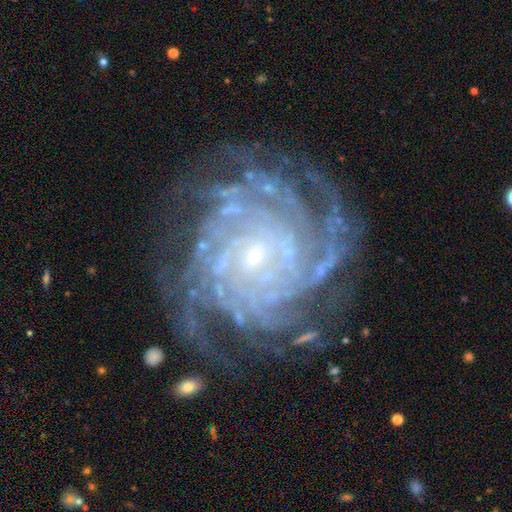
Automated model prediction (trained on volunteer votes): Smooth or featured? featured or disk (92%)
Edge-on disk? no (98%)
Bar? no (66%)
Spiral arms? yes (98%)
Spiral winding? tight (80%)
Spiral arm count? more than 4 (36%)
Bulge size? small (84%)
Merging? none (74%)